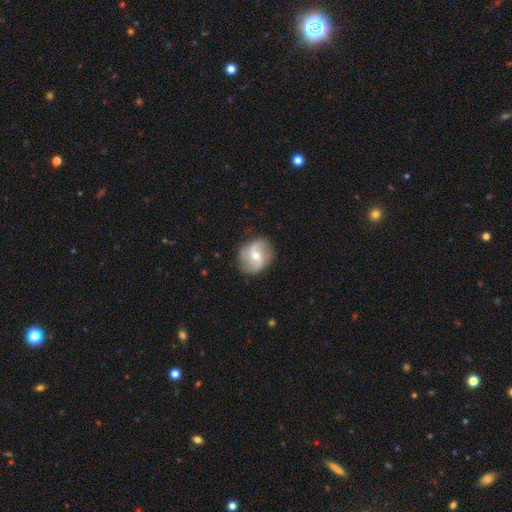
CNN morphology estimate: A featured or disk galaxy (66%) with no bar (51%), 2 (56%) loose (41%, tied with medium) spiral arms (89%) and a moderate central bulge (60%). Merging: none (79%).